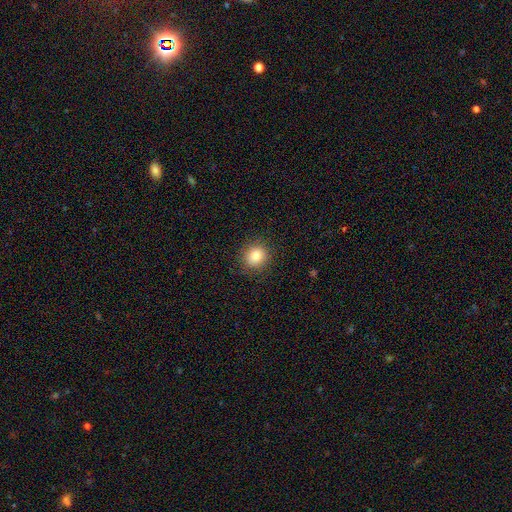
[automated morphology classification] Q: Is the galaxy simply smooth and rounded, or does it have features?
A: smooth — 84%.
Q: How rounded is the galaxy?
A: round — 85%.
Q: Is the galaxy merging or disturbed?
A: none — 88%.